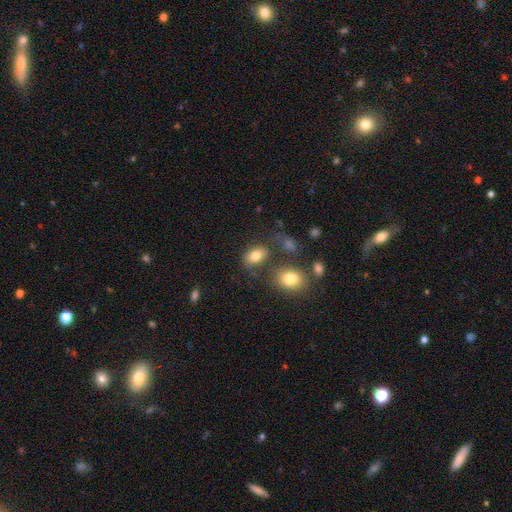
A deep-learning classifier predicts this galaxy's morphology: The model was most divided on "merging": none: 65%, minor disturbance: 17%, merger: 11%, major disturbance: 7%. More confident: how rounded — in between (82%); smooth or featured — smooth (79%).